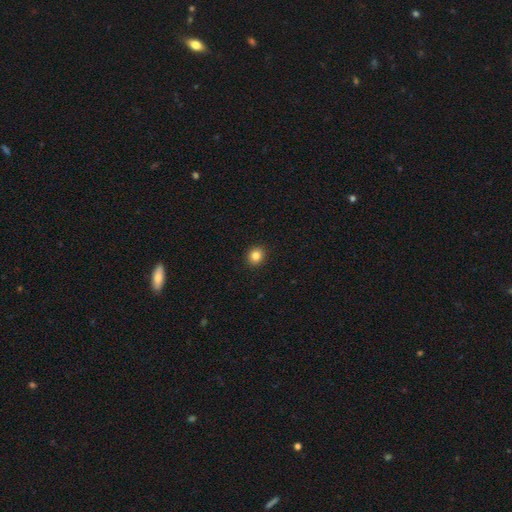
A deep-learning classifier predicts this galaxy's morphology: Smooth or featured? Predicted: smooth (p=0.84). How rounded? Predicted: round (p=0.80). Merging? Predicted: none (p=0.92).